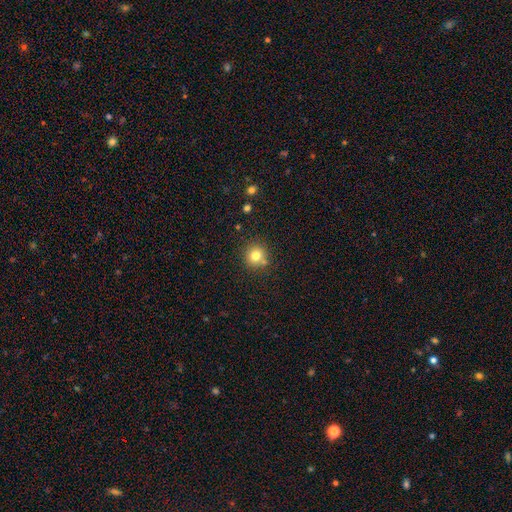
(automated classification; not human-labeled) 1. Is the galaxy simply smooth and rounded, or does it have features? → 78% smooth, 13% star or artifact, 9% featured or disk.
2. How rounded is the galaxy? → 92% round, 7% in between, 1% cigar-shaped.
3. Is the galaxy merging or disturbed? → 77% none, 11% merger, 10% minor disturbance, 3% major disturbance.